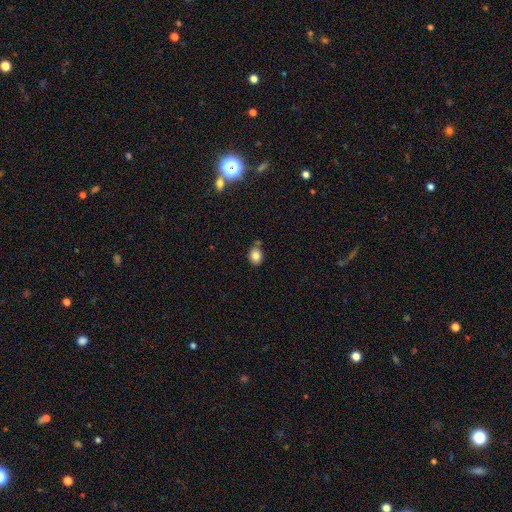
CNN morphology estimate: A smooth galaxy with no disk features (82%) that is round (51%).

Vote fractions:
- Smooth or featured? smooth: 82% / star or artifact: 10% / featured or disk: 8%
- How rounded? round: 51% / in between: 48% / cigar-shaped: 1%
- Merging? none: 70% / minor disturbance: 18% / merger: 8% / major disturbance: 3%